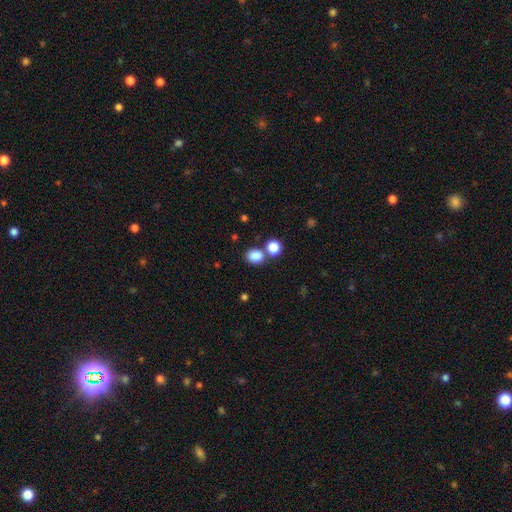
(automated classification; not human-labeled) Overall: smooth (84%). How rounded: round (60%; in between 39%). Merging: none (64%; merger 24%).